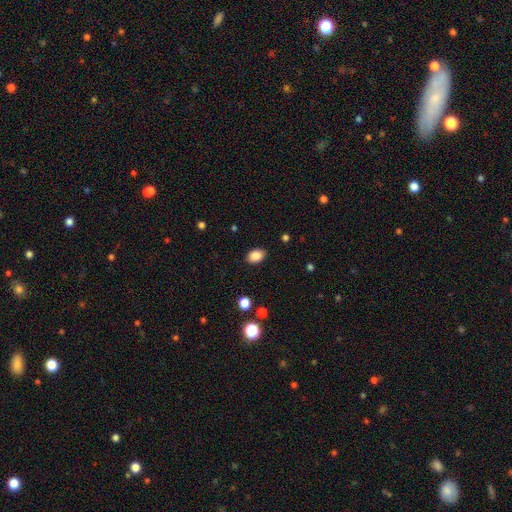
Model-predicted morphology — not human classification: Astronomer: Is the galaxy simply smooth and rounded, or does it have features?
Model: smooth — 87%.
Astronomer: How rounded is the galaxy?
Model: in between — 80%.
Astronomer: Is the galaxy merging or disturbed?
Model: none — 87%.